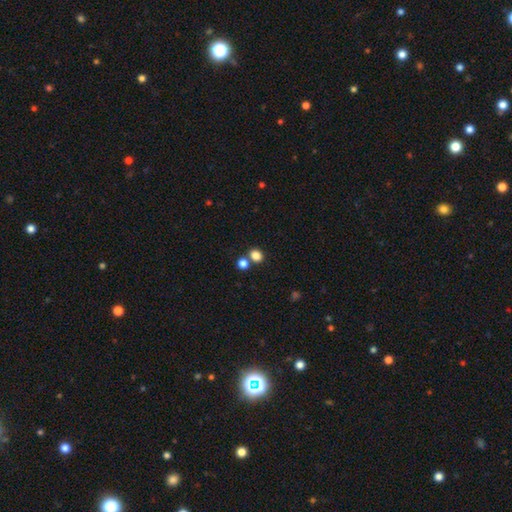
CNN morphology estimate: smooth_or_featured: smooth (p=0.82) [alt: star or artifact p=0.13]
how_rounded: round (p=0.68) [alt: in between p=0.31]
merging: none (p=0.66) [alt: merger p=0.24]